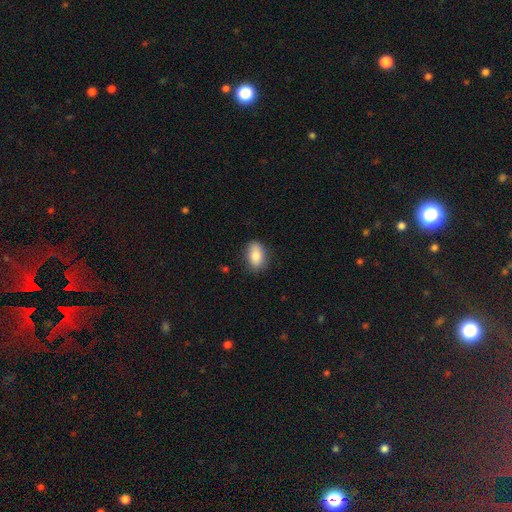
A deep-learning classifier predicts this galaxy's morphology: type=smooth (83%); roundness=in between (85%); merging=none (82%).